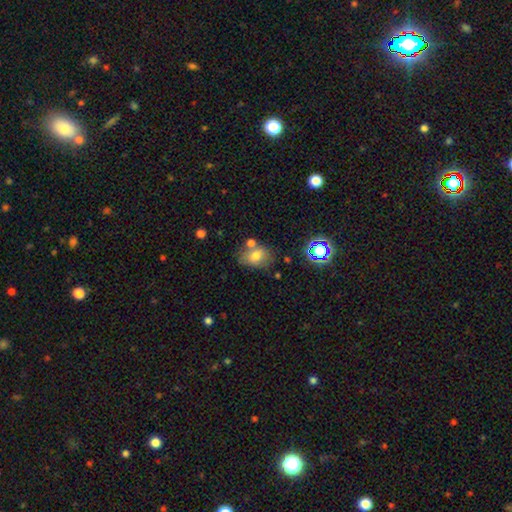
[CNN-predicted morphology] smooth-or-featured: smooth: 71% | featured or disk: 15% | star or artifact: 13%
  how-rounded: in between: 68% | round: 30% | cigar-shaped: 1%
  merging: none: 59% | merger: 19% | minor disturbance: 17% | major disturbance: 6%